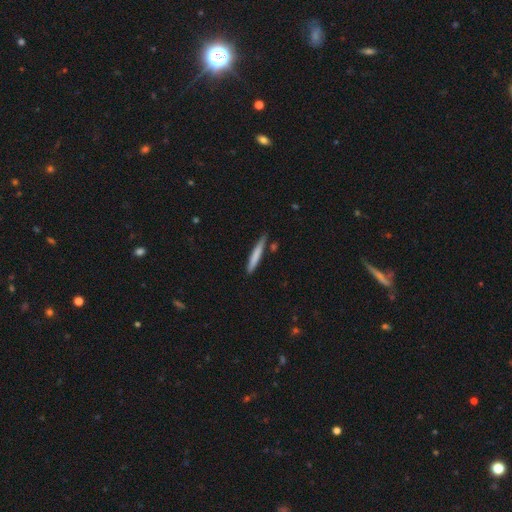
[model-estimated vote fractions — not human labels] Q: Smooth or featured?
A: smooth (74%); runner-up: featured or disk (20%)
Q: How rounded?
A: cigar-shaped (95%); runner-up: in between (4%)
Q: Merging?
A: none (80%); runner-up: minor disturbance (14%)